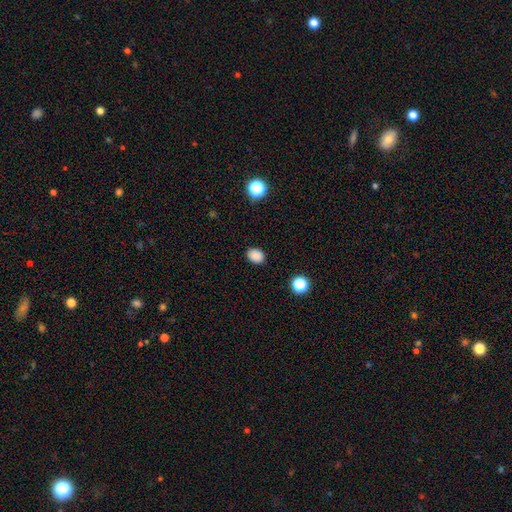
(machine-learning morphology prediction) smooth_or_featured: smooth (p=0.86) [alt: star or artifact p=0.11]
how_rounded: in between (p=0.63) [alt: round p=0.36]
merging: none (p=0.88) [alt: minor disturbance p=0.09]